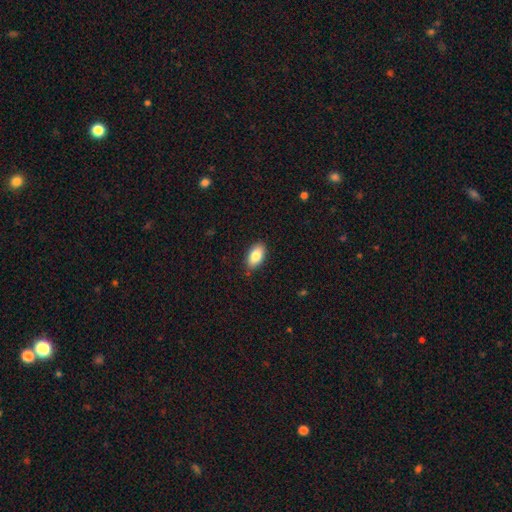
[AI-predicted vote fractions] This is clearly a smooth galaxy (83%). How rounded: clearly in between (93%). Merging: clearly none (86%).